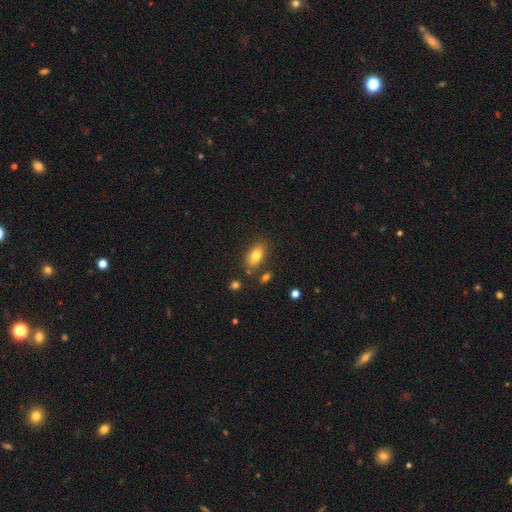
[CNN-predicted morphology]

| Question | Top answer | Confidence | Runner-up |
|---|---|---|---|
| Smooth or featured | smooth | 78% | featured or disk (14%) |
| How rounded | in between | 88% | round (7%) |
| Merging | none | 77% | minor disturbance (14%) |